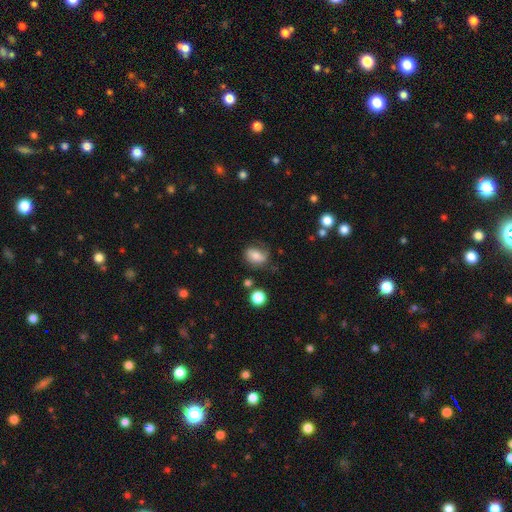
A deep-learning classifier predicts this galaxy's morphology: Smooth or featured? Predicted: smooth (p=0.69). How rounded? Predicted: in between (p=0.71). Merging? Predicted: none (p=0.58).